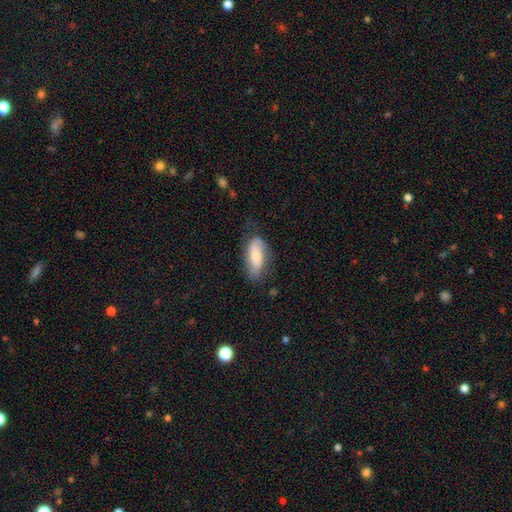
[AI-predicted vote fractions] smooth_or_featured: smooth (p=0.66) [alt: featured or disk p=0.28]
how_rounded: in between (p=0.79) [alt: cigar-shaped p=0.18]
merging: none (p=0.62) [alt: minor disturbance p=0.27]